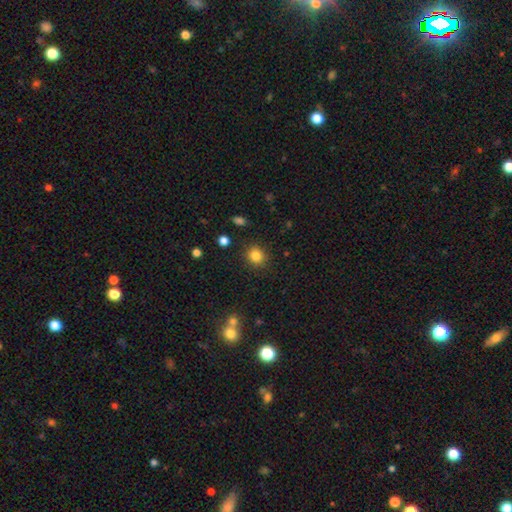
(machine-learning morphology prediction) Smooth or featured? smooth (83%)
How rounded? round (84%)
Merging? none (88%)